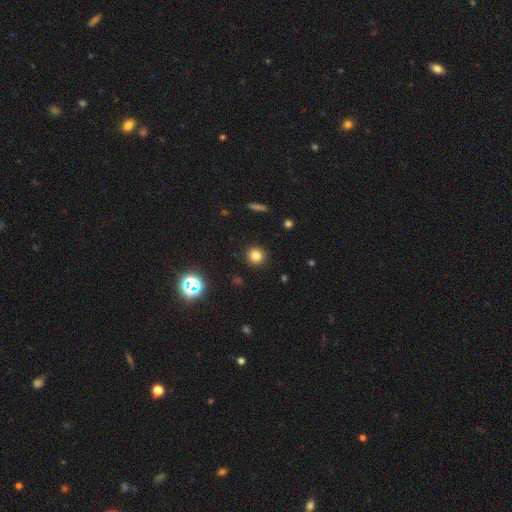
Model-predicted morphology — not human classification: Smooth or featured: smooth — 79% (star or artifact — 15%)
How rounded: round — 94% (in between — 5%)
Merging: none — 92% (minor disturbance — 5%)